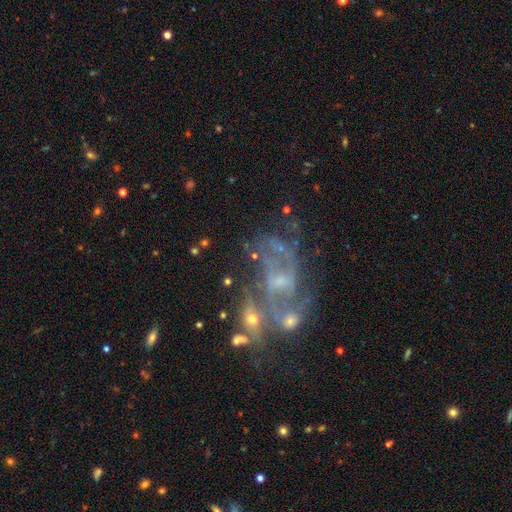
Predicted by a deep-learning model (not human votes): Q: Smooth or featured?
A: featured or disk (75%); runner-up: star or artifact (13%)
Q: Edge-on disk?
A: no (97%); runner-up: yes (3%)
Q: Bar?
A: weak (44%); runner-up: no (41%)
Q: Spiral arms?
A: yes (75%); runner-up: no (25%)
Q: Spiral winding?
A: medium (45%); runner-up: loose (35%)
Q: Spiral arm count?
A: 2 (53%); runner-up: can't tell (25%)
Q: Bulge size?
A: small (48%); runner-up: none (26%)
Q: Merging?
A: merger (34%); runner-up: none (31%)